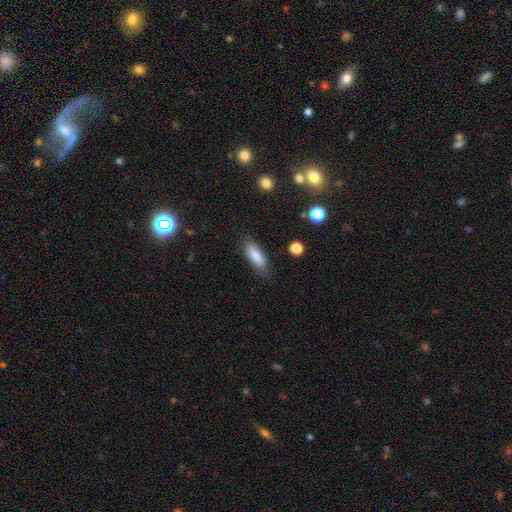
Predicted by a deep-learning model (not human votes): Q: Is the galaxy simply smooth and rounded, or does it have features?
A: smooth — 84%.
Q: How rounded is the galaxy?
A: in between — 63%.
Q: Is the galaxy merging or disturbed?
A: none — 80%.